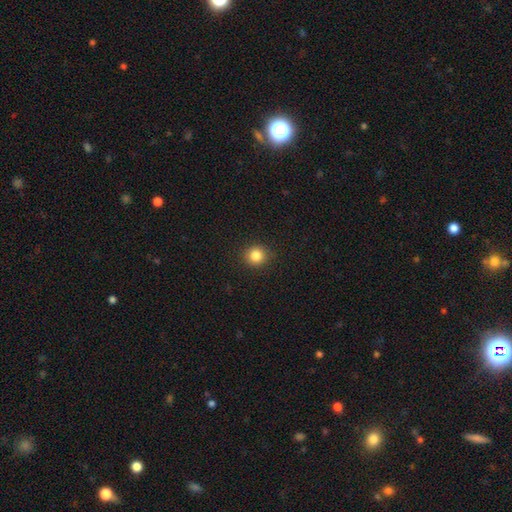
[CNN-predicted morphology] type=smooth (84%); roundness=round (92%); merging=none (91%).